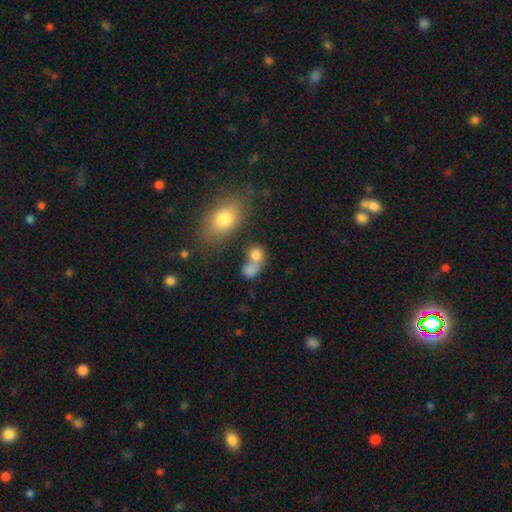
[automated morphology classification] A smooth galaxy with no disk features (76%) that is round (51%). Merging: merger (58%).